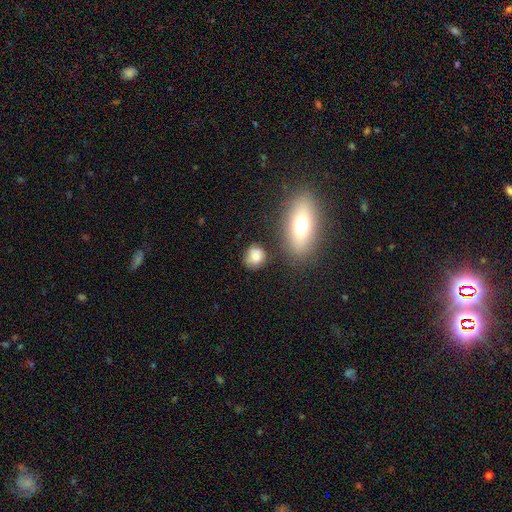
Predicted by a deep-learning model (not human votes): Q: Smooth or featured?
A: smooth (80%); runner-up: star or artifact (11%)
Q: How rounded?
A: round (68%); runner-up: in between (29%)
Q: Merging?
A: none (67%); runner-up: minor disturbance (19%)